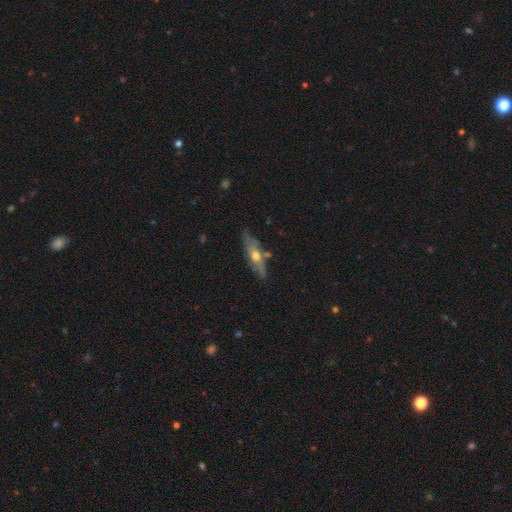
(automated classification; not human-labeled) Smooth or featured? featured or disk (56%)
Edge-on disk? yes (69%)
Merging? none (75%)